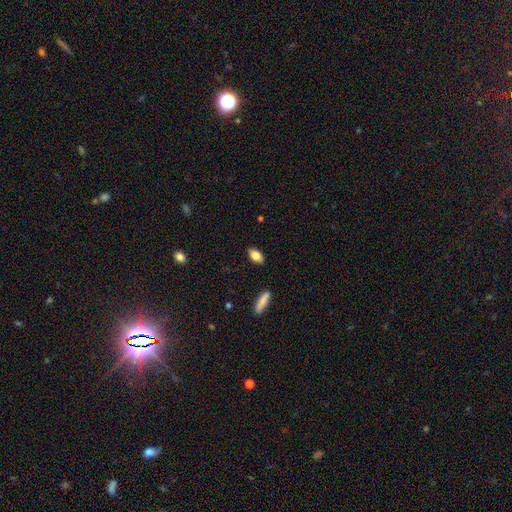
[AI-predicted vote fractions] Smooth or featured? smooth (80%)
How rounded? in between (88%)
Merging? none (87%)